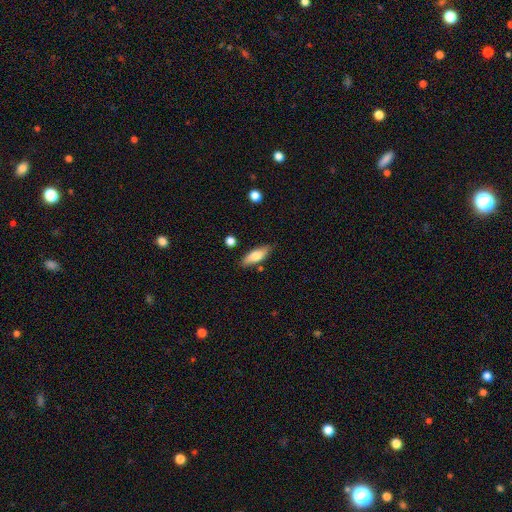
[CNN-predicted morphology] smooth_or_featured: smooth (p=0.72) [alt: featured or disk p=0.22]
how_rounded: in between (p=0.64) [alt: cigar-shaped p=0.34]
merging: none (p=0.80) [alt: minor disturbance p=0.14]